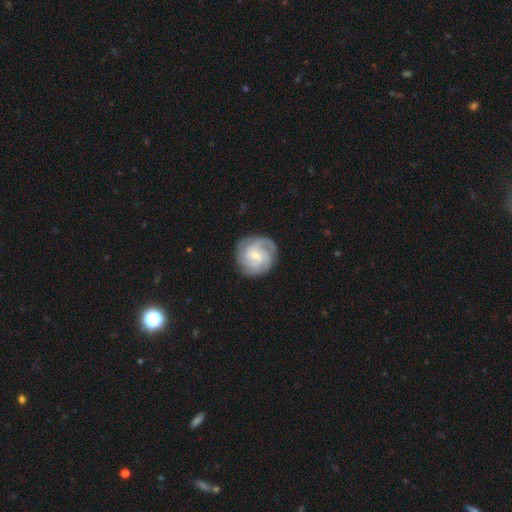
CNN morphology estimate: Smooth or featured: featured or disk — 82% (smooth — 13%)
Edge-on disk: no — 98% (yes — 2%)
Bar: weak — 51% (no — 39%)
Spiral arms: yes — 97% (no — 3%)
Spiral winding: tight — 57% (medium — 35%)
Spiral arm count: 3 — 40% (2 — 19%)
Bulge size: small — 59% (moderate — 35%)
Merging: none — 81% (minor disturbance — 13%)